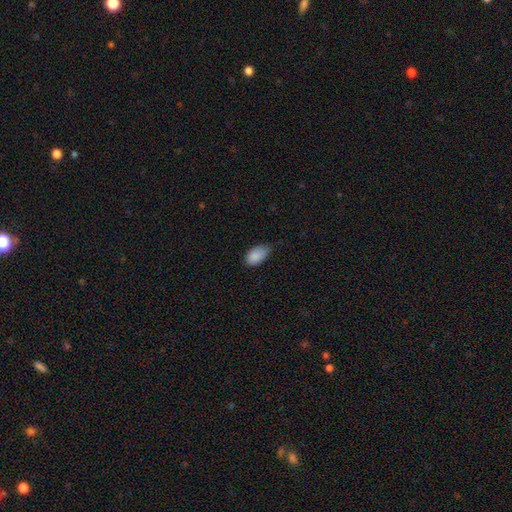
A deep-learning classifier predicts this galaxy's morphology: A smooth galaxy with no disk features (88%) that is in between round and cigar-shaped (92%).

Vote fractions:
- Smooth or featured? smooth: 88% / star or artifact: 7% / featured or disk: 5%
- How rounded? in between: 92% / round: 6% / cigar-shaped: 2%
- Merging? none: 52% / minor disturbance: 40% / major disturbance: 6% / merger: 1%